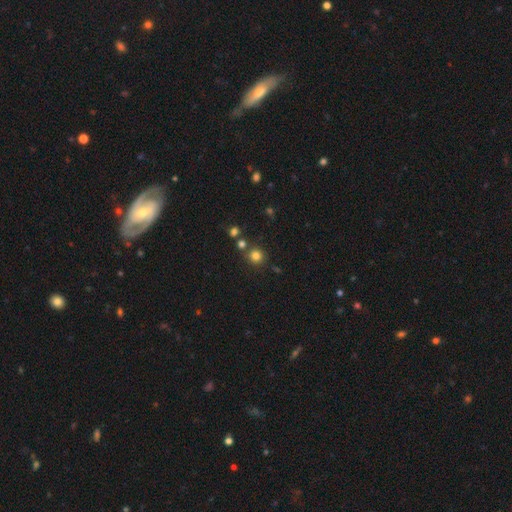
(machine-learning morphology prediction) A smooth galaxy with no disk features (79%) that is round (91%). Merging: none (78%).